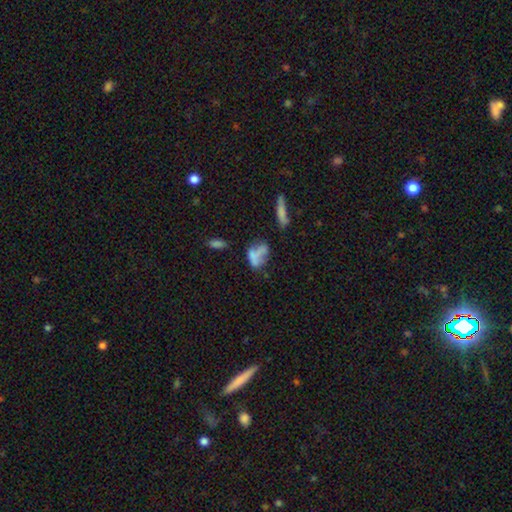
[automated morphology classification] This is possibly a smooth galaxy (57%). How rounded: likely in between (75%). Merging: marginally none (35%).